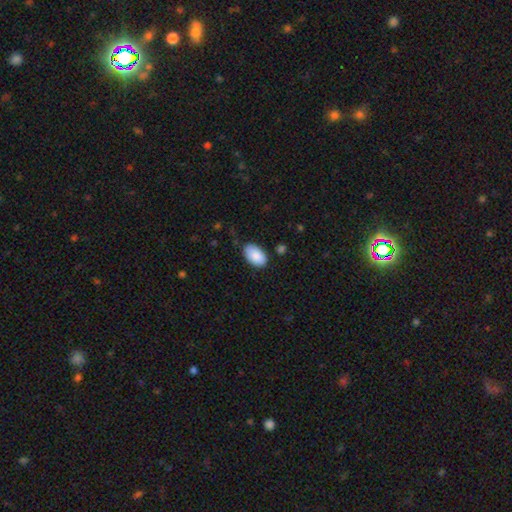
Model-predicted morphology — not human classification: Overall: smooth (89%). How rounded: in between (93%). Merging: none (80%).